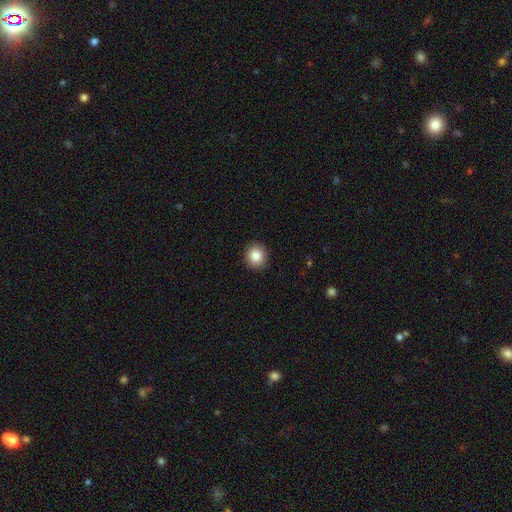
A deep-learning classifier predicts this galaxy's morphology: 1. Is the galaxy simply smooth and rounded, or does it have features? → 85% smooth, 9% star or artifact, 6% featured or disk.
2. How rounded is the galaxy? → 87% round, 13% in between, 1% cigar-shaped.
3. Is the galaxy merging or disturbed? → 92% none, 5% minor disturbance, 2% major disturbance, 1% merger.